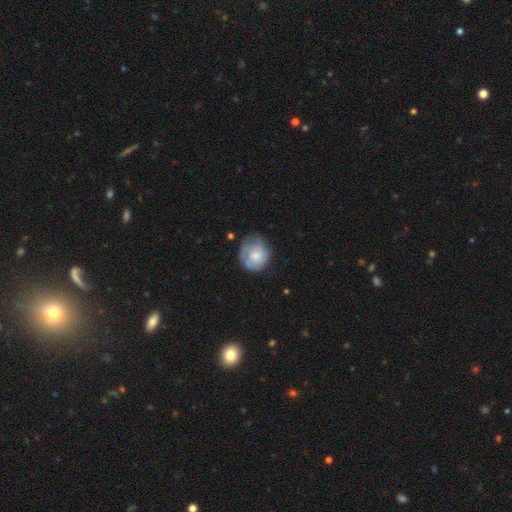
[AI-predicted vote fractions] Overall: smooth (52%; featured or disk 41%). How rounded: round (71%). Merging: none (55%; minor disturbance 28%).